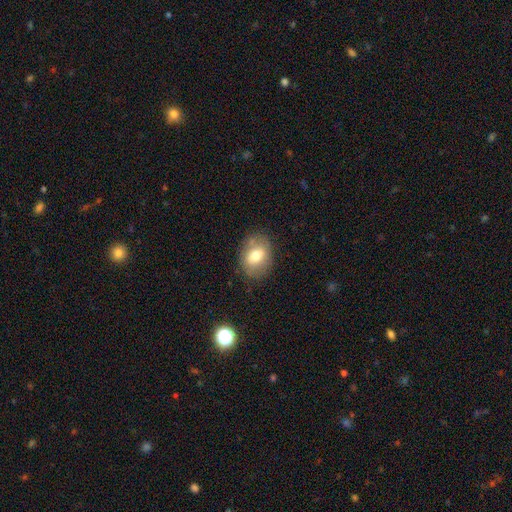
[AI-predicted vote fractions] Smooth or featured? smooth (70%)
How rounded? in between (66%)
Merging? none (76%)